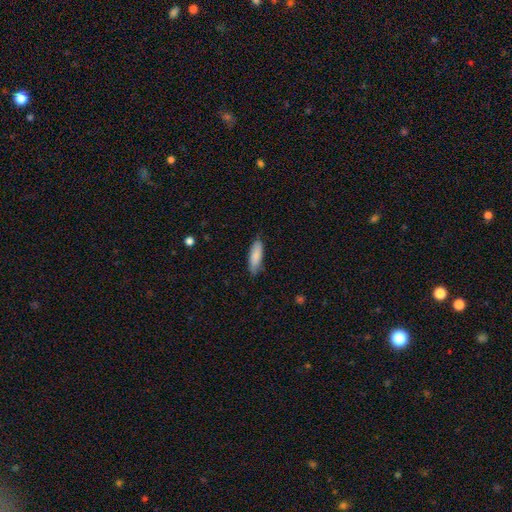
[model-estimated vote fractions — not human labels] This is clearly a smooth galaxy (86%). How rounded: possibly in between (54%). Merging: clearly none (81%).